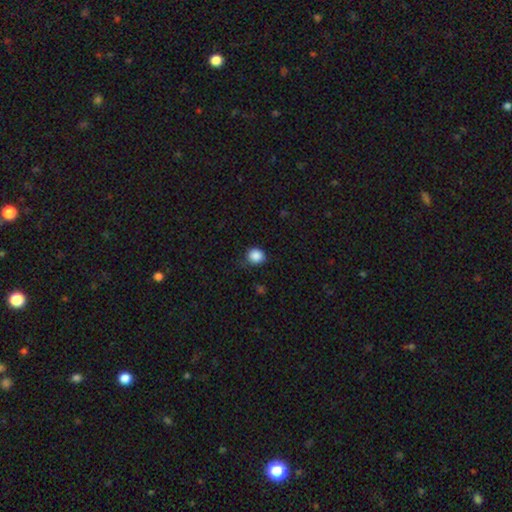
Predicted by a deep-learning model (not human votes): Smooth or featured?
  - smooth: 87% *
  - star or artifact: 10%
  - featured or disk: 3%
How rounded?
  - round: 86% *
  - in between: 13%
  - cigar-shaped: 1%
Merging?
  - none: 76% *
  - minor disturbance: 19%
  - major disturbance: 4%
  - merger: 1%